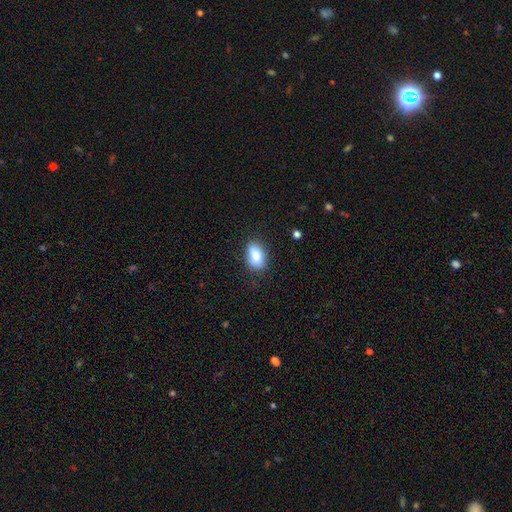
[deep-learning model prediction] smooth 81%, featured or disk 12%, star or artifact 8%. Down the decision tree: how rounded — in between (88%); merging — none (78%).